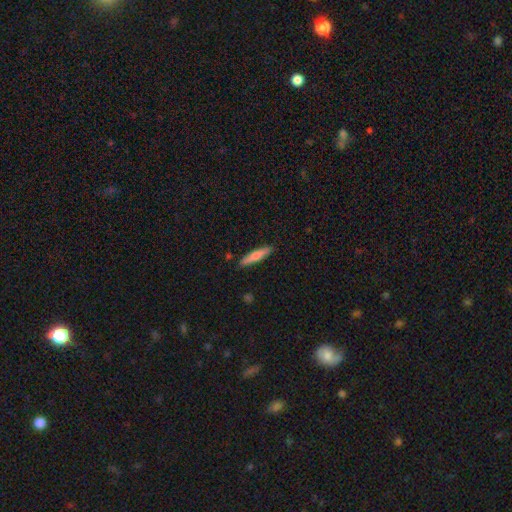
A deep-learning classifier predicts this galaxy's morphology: Smooth or featured? smooth (64%)
How rounded? cigar-shaped (87%)
Merging? none (89%)